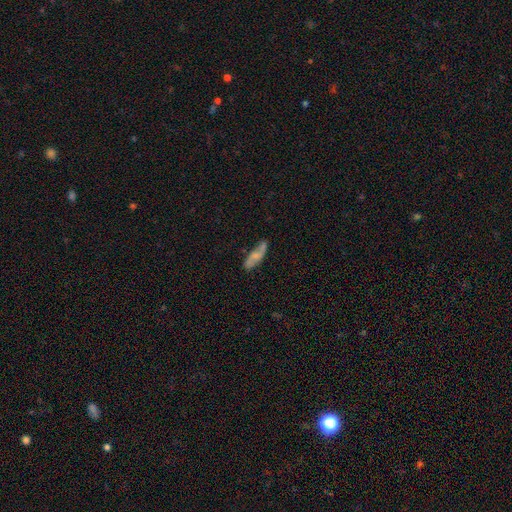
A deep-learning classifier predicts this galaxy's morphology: A smooth galaxy with no disk features (49%).

Vote fractions:
- Smooth or featured? smooth: 49% / featured or disk: 44% / star or artifact: 7%
- Merging? none: 69% / minor disturbance: 22% / major disturbance: 6% / merger: 4%